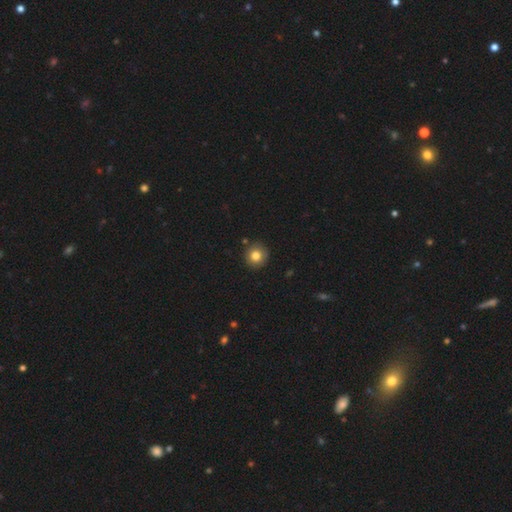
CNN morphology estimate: Q: Smooth or featured?
A: smooth (81%); runner-up: star or artifact (10%)
Q: How rounded?
A: round (93%); runner-up: in between (6%)
Q: Merging?
A: none (89%); runner-up: minor disturbance (7%)